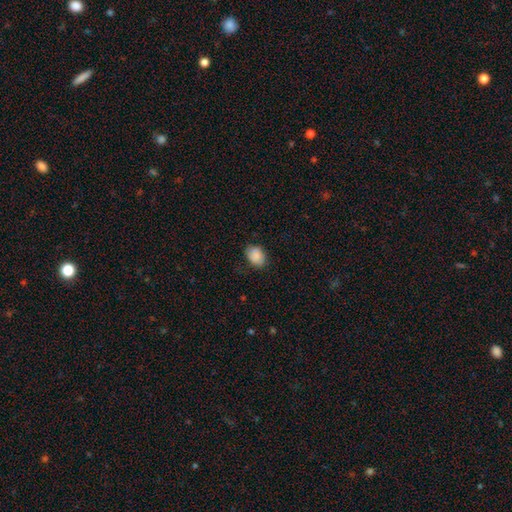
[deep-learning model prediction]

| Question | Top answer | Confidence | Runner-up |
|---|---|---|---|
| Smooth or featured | smooth | 87% | star or artifact (8%) |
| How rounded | in between | 72% | round (27%) |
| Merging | none | 74% | minor disturbance (20%) |